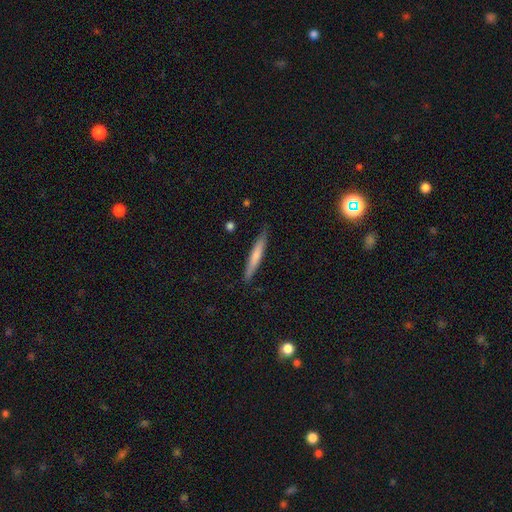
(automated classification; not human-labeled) Smooth or featured?
  - smooth: 65% *
  - featured or disk: 30%
  - star or artifact: 5%
How rounded?
  - cigar-shaped: 94% *
  - in between: 4%
  - round: 1%
Merging?
  - none: 87% *
  - minor disturbance: 10%
  - major disturbance: 2%
  - merger: 1%